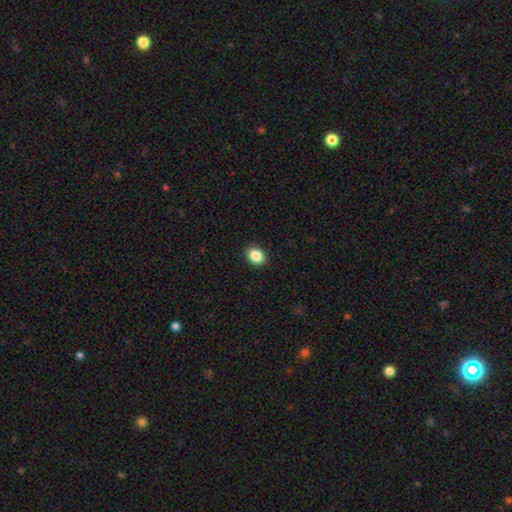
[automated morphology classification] Smooth or featured?
  - smooth: 87% *
  - star or artifact: 9%
  - featured or disk: 4%
How rounded?
  - in between: 57% *
  - round: 42%
  - cigar-shaped: 1%
Merging?
  - none: 90% *
  - minor disturbance: 7%
  - major disturbance: 2%
  - merger: 1%